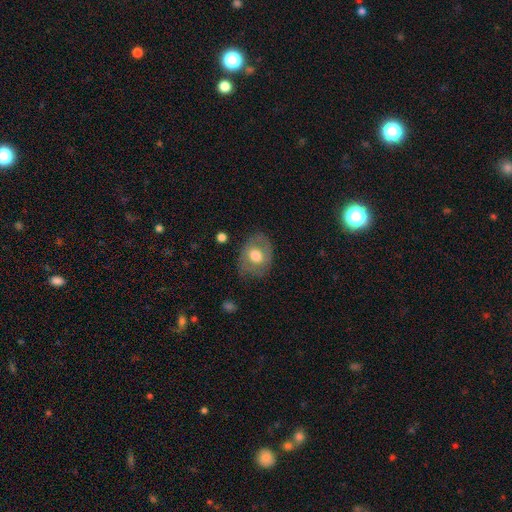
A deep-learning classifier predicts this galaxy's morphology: A smooth galaxy with no disk features (59%) that is in between round and cigar-shaped (59%).

Vote fractions:
- Smooth or featured? smooth: 59% / featured or disk: 34% / star or artifact: 7%
- How rounded? in between: 59% / round: 40% / cigar-shaped: 1%
- Merging? none: 70% / minor disturbance: 21% / major disturbance: 8% / merger: 2%